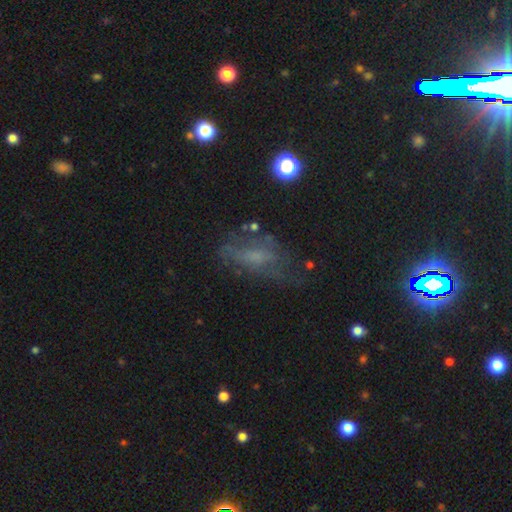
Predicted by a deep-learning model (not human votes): Smooth or featured?
  - featured or disk: 47% *
  - smooth: 34%
  - star or artifact: 19%
Merging?
  - none: 49% *
  - minor disturbance: 24%
  - major disturbance: 23%
  - merger: 4%